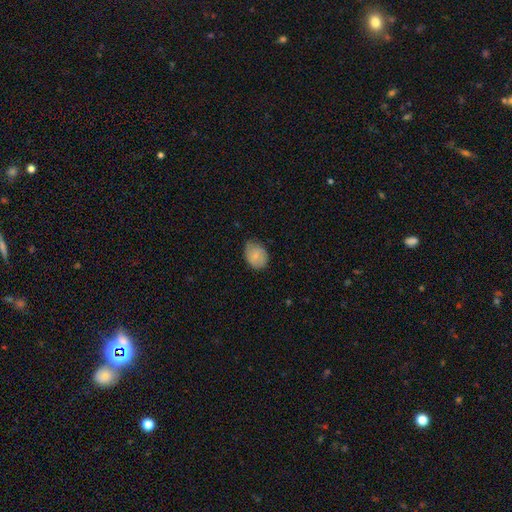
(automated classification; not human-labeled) Q: Smooth or featured?
A: smooth (79%); runner-up: featured or disk (15%)
Q: How rounded?
A: in between (63%); runner-up: round (36%)
Q: Merging?
A: none (62%); runner-up: minor disturbance (32%)